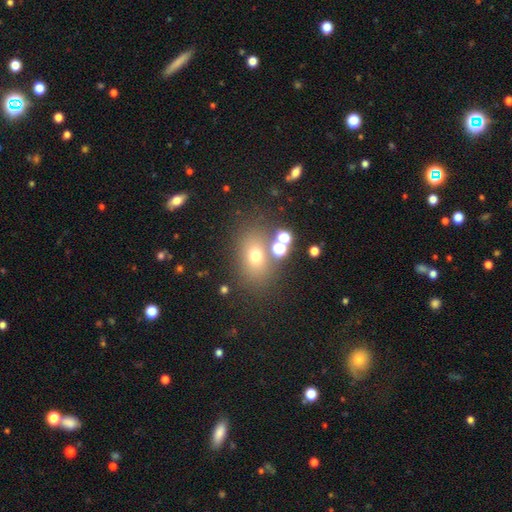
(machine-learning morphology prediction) smooth-or-featured: smooth: 64% | star or artifact: 21% | featured or disk: 15%
  how-rounded: in between: 56% | round: 42% | cigar-shaped: 2%
  merging: none: 70% | merger: 12% | minor disturbance: 11% | major disturbance: 6%